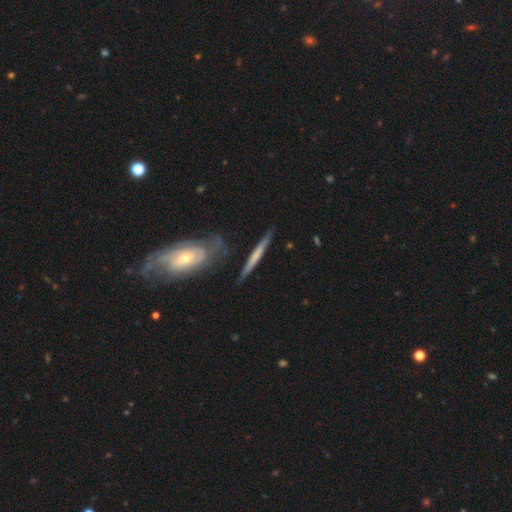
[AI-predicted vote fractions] Smooth or featured? Predicted: featured or disk (p=0.54). Edge-on disk? Predicted: yes (p=0.89). Merging? Predicted: none (p=0.77).